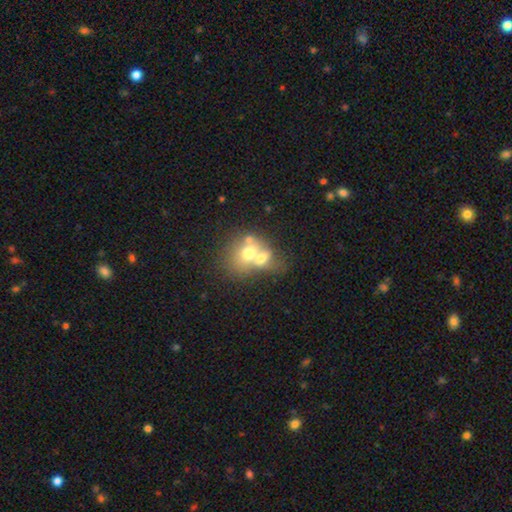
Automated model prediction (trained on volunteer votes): This is possibly a smooth galaxy (59%). How rounded: possibly round (55%). Merging: likely merger (71%).